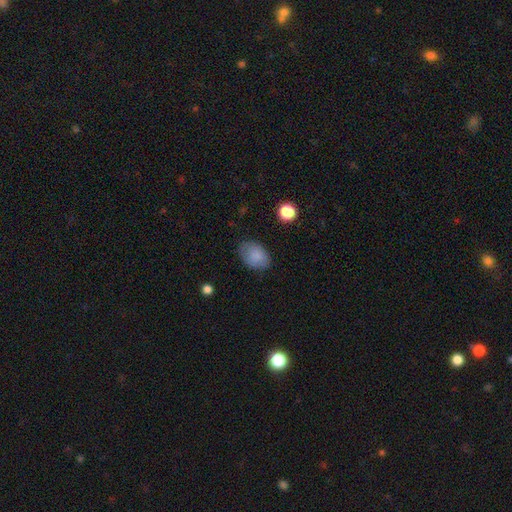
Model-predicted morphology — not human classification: type=smooth (85%); roundness=in between (81%); merging=none (75%).